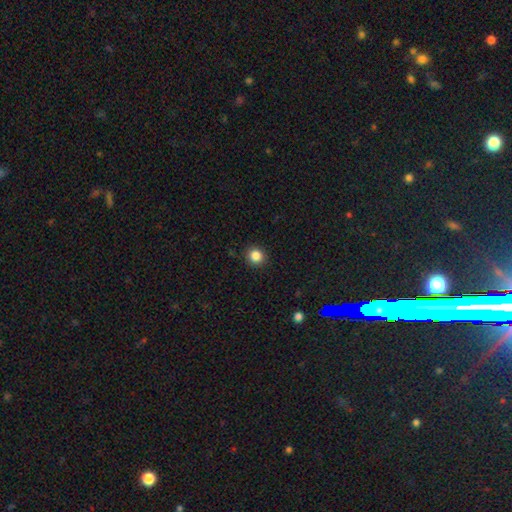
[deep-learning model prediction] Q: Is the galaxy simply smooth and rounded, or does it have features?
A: smooth — 85%.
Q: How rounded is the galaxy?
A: round — 91%.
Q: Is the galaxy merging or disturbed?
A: none — 92%.